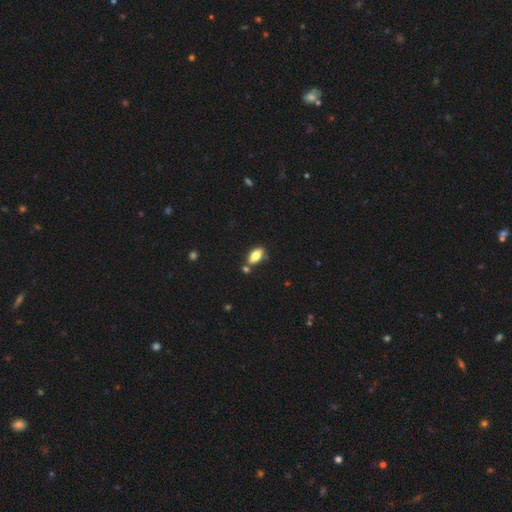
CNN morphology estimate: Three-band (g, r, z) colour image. It shows a smooth galaxy with no disk features (77%) that is in between round and cigar-shaped (89%). Merging: none (69%).